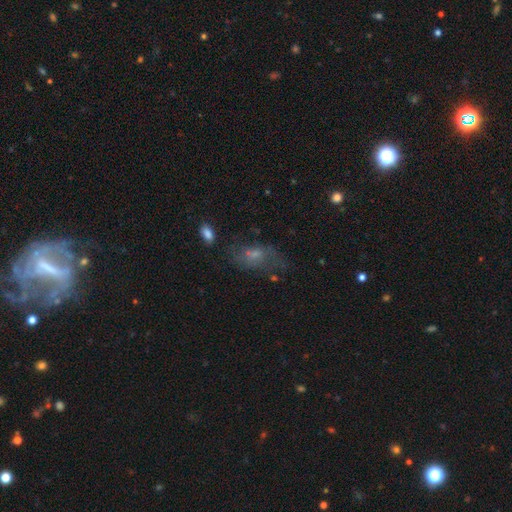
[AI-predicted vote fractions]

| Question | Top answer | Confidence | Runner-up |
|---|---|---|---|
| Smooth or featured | smooth | 42% | featured or disk (41%) |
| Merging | none | 52% | minor disturbance (22%) |